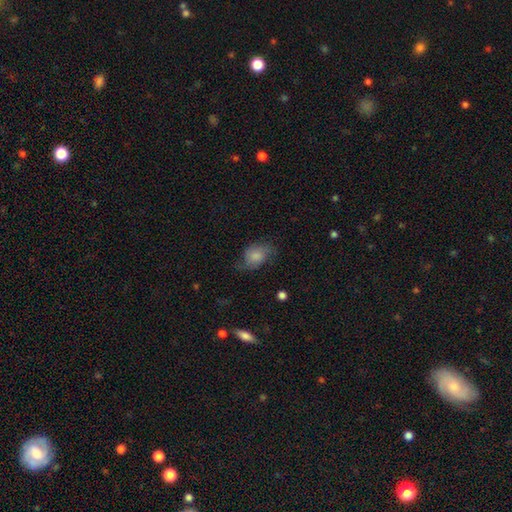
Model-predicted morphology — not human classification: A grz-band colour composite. It shows a smooth galaxy with no disk features (66%) that is in between round and cigar-shaped (71%). Merging: none (51%).